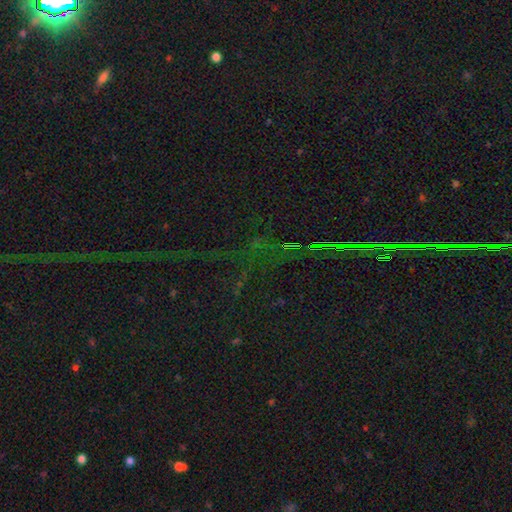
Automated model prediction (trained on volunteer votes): A star or artifact, not a galaxy (81%).

Vote fractions:
- Smooth or featured? star or artifact: 81% / smooth: 10% / featured or disk: 9%